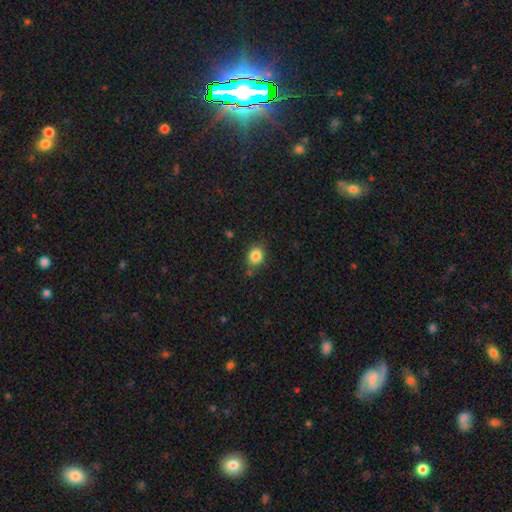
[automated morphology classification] Smooth or featured: smooth — 85% (star or artifact — 10%)
How rounded: round — 55% (in between — 44%)
Merging: none — 79% (minor disturbance — 14%)